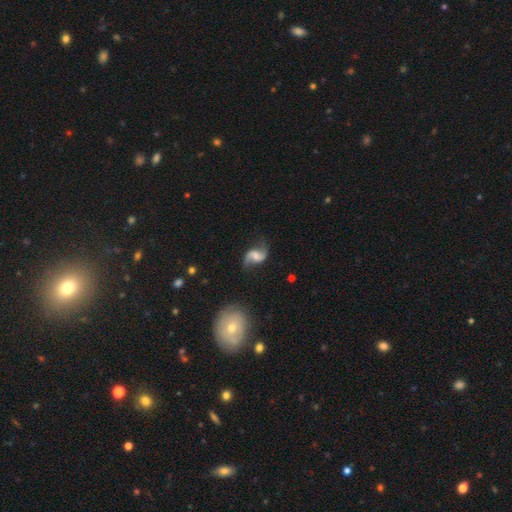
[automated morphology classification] Smooth or featured? Predicted: featured or disk (p=0.87). Edge-on disk? Predicted: no (p=0.98). Bar? Predicted: weak (p=0.45). Spiral arms? Predicted: yes (p=0.97). Spiral winding? Predicted: loose (p=0.71). Spiral arm count? Predicted: 2 (p=0.93). Bulge size? Predicted: moderate (p=0.32). Merging? Predicted: none (p=0.76).